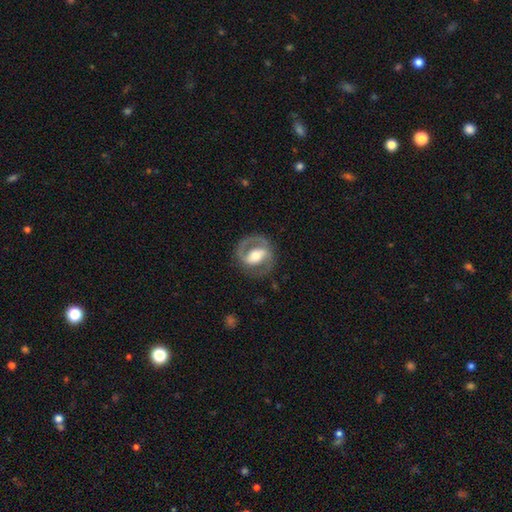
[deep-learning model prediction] smooth-or-featured: featured or disk: 80% | smooth: 15% | star or artifact: 5%
  disk-edge-on: no: 96% | yes: 4%
    bar: strong: 49% | weak: 32% | no: 19%
    has-spiral-arms: yes: 83% | no: 17%
      spiral-winding: medium: 50% | tight: 34% | loose: 16%
      spiral-arm-count: 2: 83% | 1: 9% | can't tell: 5% | 3: 1% | 4: 1% | more than 4: 1%
    bulge-size: moderate: 65% | large: 17% | small: 15% | dominant: 2% | none: 1%
  merging: none: 78% | minor disturbance: 12% | major disturbance: 8% | merger: 1%